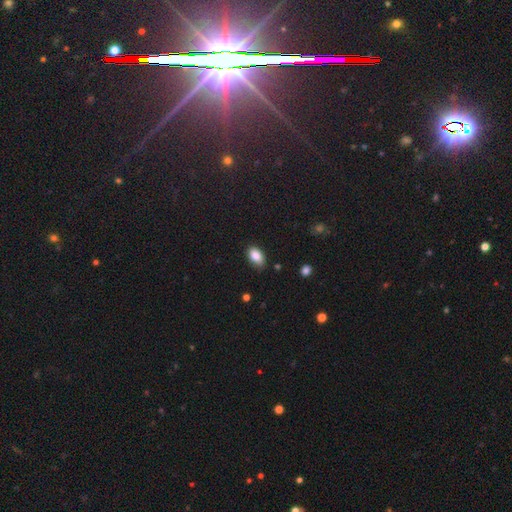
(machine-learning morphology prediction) Smooth or featured?
  - smooth: 86% *
  - star or artifact: 8%
  - featured or disk: 6%
How rounded?
  - in between: 91% *
  - round: 7%
  - cigar-shaped: 2%
Merging?
  - none: 76% *
  - minor disturbance: 19%
  - major disturbance: 3%
  - merger: 1%